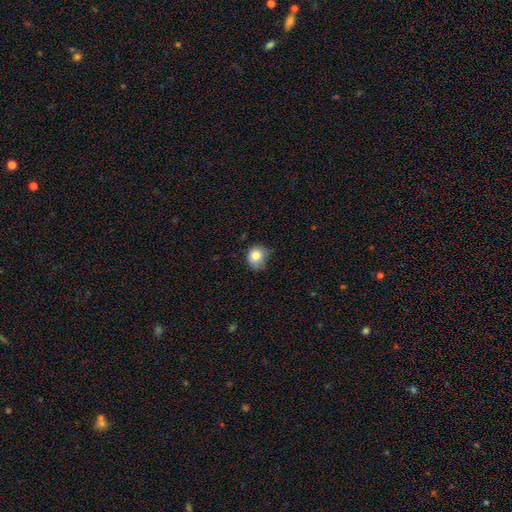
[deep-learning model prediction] Smooth or featured?
  - smooth: 80% *
  - star or artifact: 10%
  - featured or disk: 10%
How rounded?
  - round: 75% *
  - in between: 24%
  - cigar-shaped: 1%
Merging?
  - none: 60% *
  - minor disturbance: 32%
  - major disturbance: 7%
  - merger: 2%